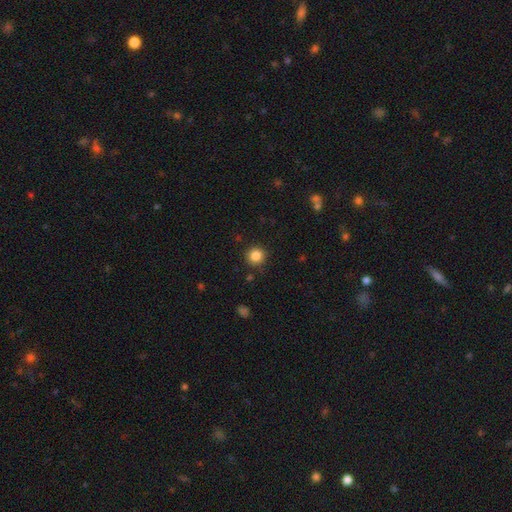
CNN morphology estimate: smooth_or_featured: smooth (p=0.85) [alt: star or artifact p=0.11]
how_rounded: round (p=0.94) [alt: in between p=0.05]
merging: none (p=0.89) [alt: minor disturbance p=0.07]